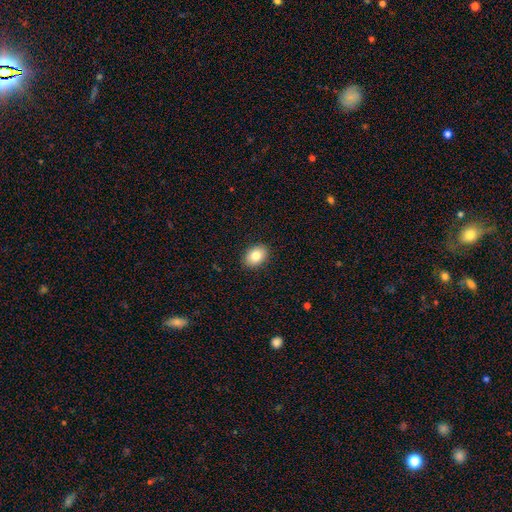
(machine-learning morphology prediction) Smooth or featured? Predicted: smooth (p=0.82). How rounded? Predicted: in between (p=0.76). Merging? Predicted: none (p=0.90).